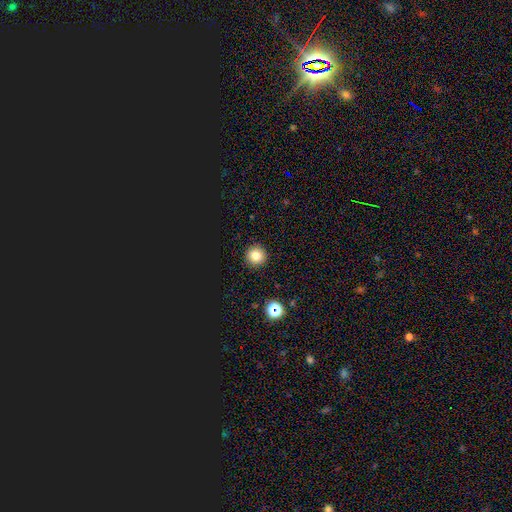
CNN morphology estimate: Smooth or featured? Predicted: smooth (p=0.78). How rounded? Predicted: round (p=0.95). Merging? Predicted: none (p=0.92).